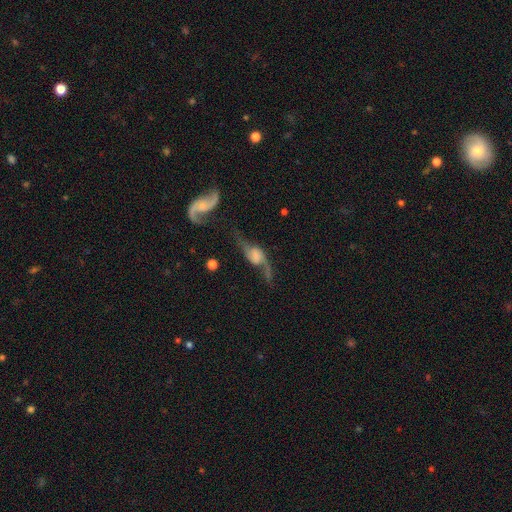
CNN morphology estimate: Smooth or featured? featured or disk (79%)
Edge-on disk? no (81%)
Bar? no (51%)
Spiral arms? yes (90%)
Spiral winding? loose (84%)
Spiral arm count? 2 (91%)
Bulge size? none (35%)
Merging? none (46%)